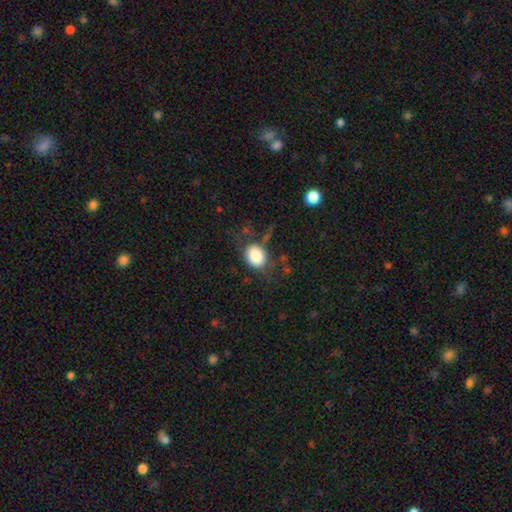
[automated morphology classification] smooth_or_featured: smooth (p=0.82) [alt: featured or disk p=0.10]
how_rounded: in between (p=0.56) [alt: round p=0.43]
merging: none (p=0.62) [alt: minor disturbance p=0.21]